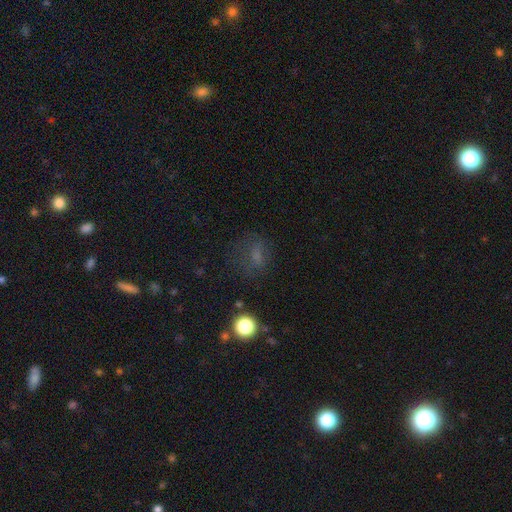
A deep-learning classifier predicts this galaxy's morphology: Overall: smooth (55%; star or artifact 26%). How rounded: round (48%, tied with in between). Merging: none (62%).